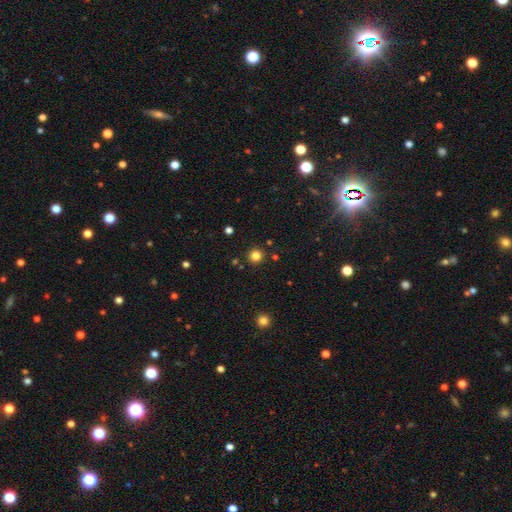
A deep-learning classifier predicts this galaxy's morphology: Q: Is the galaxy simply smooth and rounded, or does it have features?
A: smooth — 81%.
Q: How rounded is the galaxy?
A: round — 95%.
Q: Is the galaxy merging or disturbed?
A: none — 89%.